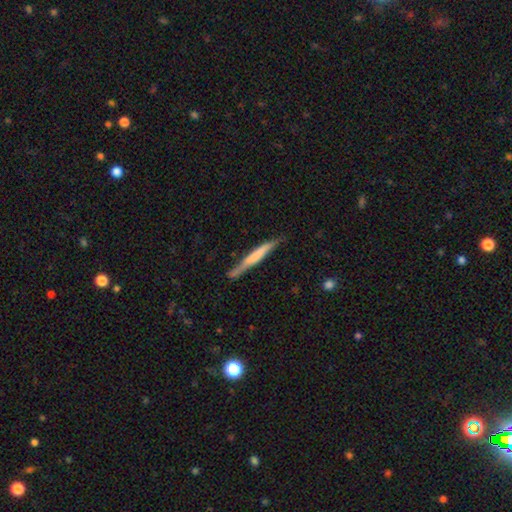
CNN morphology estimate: smooth 51%, featured or disk 44%, star or artifact 5%. Down the decision tree: how rounded — cigar-shaped (95%); merging — none (70%).